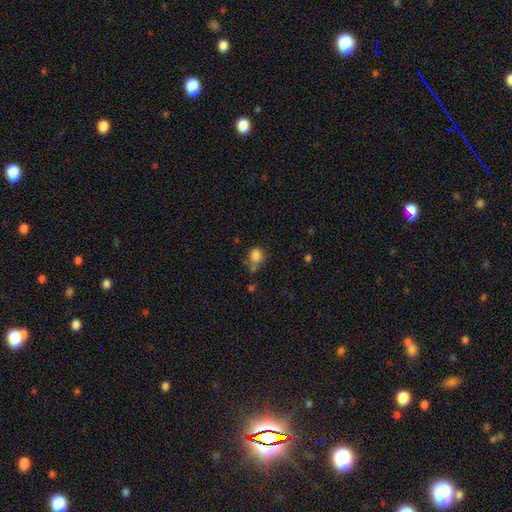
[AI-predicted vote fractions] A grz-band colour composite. It shows a smooth galaxy with no disk features (81%) that is in between round and cigar-shaped (53%). Merging: none (46%).